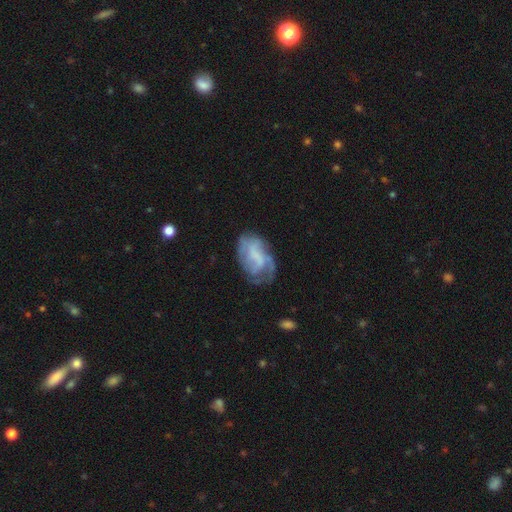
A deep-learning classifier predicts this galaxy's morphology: This is likely a featured or disk galaxy (62%). It is clearly not viewed edge-on (96%). Bar: possibly no (49%). Spiral arm pattern: likely yes (73%). Central bulge: possibly none (56%). Merging: possibly none (52%).